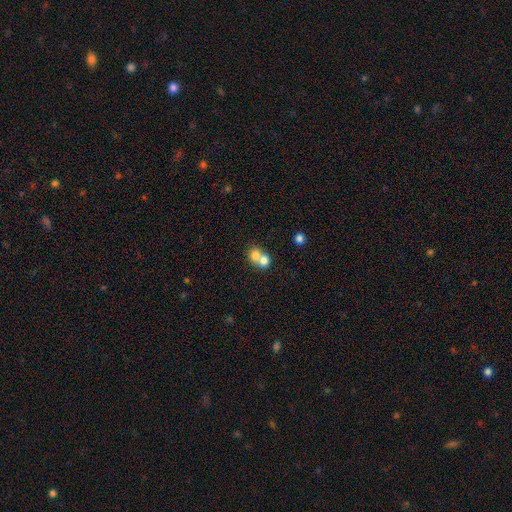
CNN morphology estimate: smooth 73%, featured or disk 17%, star or artifact 10%. Down the decision tree: how rounded — round (74%); merging — merger (68%).